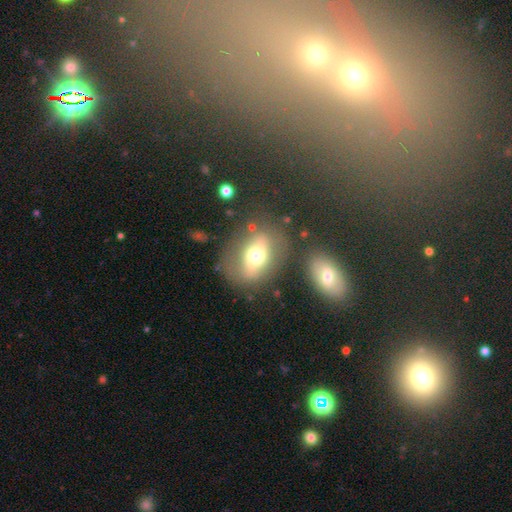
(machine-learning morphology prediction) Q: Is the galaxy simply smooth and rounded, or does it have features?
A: smooth — 54%.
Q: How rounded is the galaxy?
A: in between — 67%.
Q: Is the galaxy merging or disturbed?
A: none — 69%.